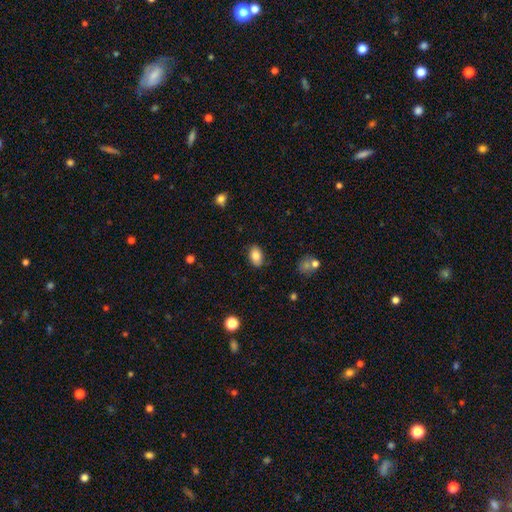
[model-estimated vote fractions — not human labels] Morphology: type=smooth (81%); roundness=in between (89%); merging=none (84%).